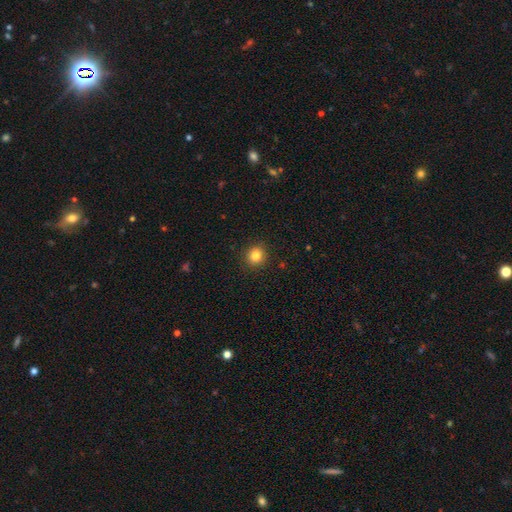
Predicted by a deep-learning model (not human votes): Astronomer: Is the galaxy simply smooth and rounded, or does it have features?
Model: smooth — 83%.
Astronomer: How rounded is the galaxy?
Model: round — 91%.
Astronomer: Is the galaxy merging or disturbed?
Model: none — 91%.